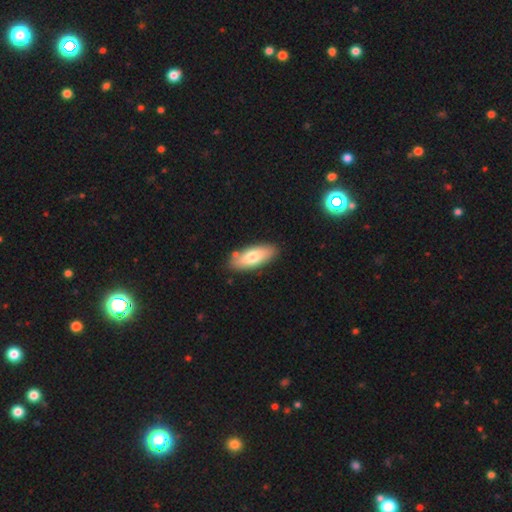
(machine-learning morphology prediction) Smooth or featured? Predicted: smooth (p=0.66). How rounded? Predicted: in between (p=0.74). Merging? Predicted: none (p=0.85).